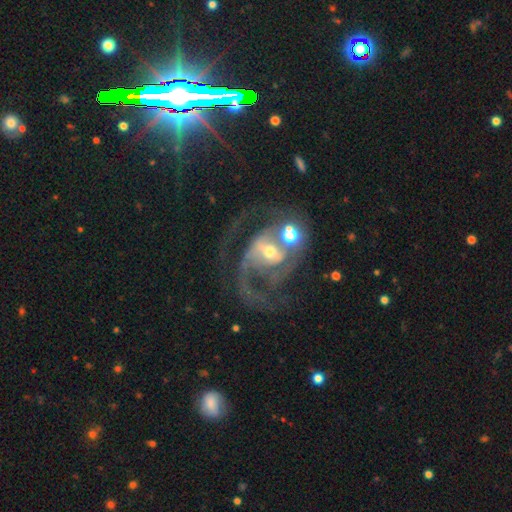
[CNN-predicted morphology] This is clearly a featured or disk galaxy (82%). It is clearly not viewed edge-on (98%). Bar: marginally no (43%). Spiral arm pattern: clearly yes (92%). Spiral arm count: likely 2 (64%). Spiral winding: possibly medium (51%). Central bulge: possibly moderate (47%). Merging: marginally merger (34%).